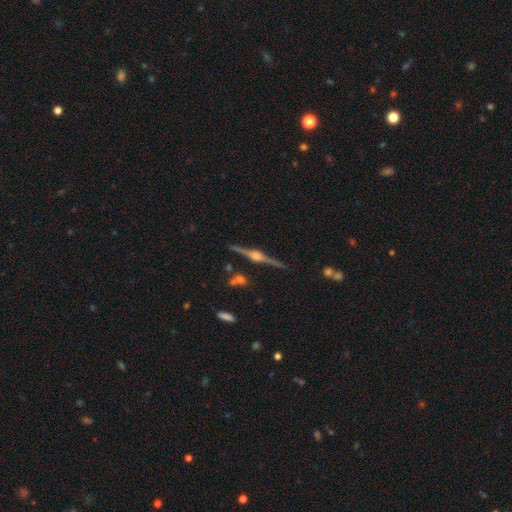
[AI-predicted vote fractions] Overall: featured or disk (89%). Edge-on disk: yes (98%). Edge-on bulge: rounded (91%). Merging: none (88%).